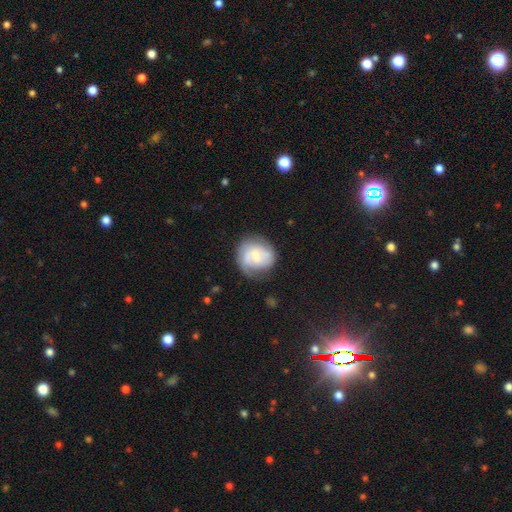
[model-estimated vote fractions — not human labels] The model was most divided on "bar": no: 48%, weak: 42%, strong: 10%. Remaining: edge-on disk — no (98%); spiral arms — yes (79%); merging — none (57%); smooth or featured — featured or disk (52%); bulge size — small (48%).